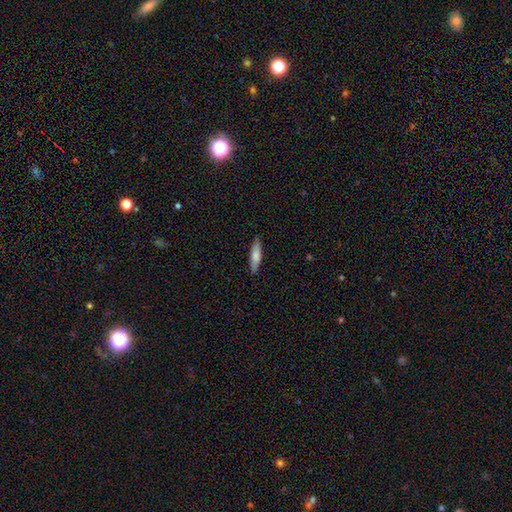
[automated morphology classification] Smooth or featured: smooth — 75% (featured or disk — 19%)
How rounded: cigar-shaped — 70% (in between — 28%)
Merging: none — 86% (minor disturbance — 11%)